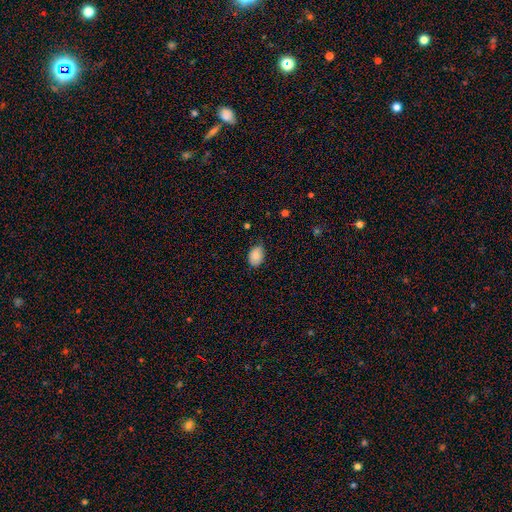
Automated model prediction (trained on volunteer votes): A smooth galaxy with no disk features (87%) that is in between round and cigar-shaped (83%).

Vote fractions:
- Smooth or featured? smooth: 87% / star or artifact: 7% / featured or disk: 5%
- How rounded? in between: 83% / round: 16% / cigar-shaped: 1%
- Merging? none: 76% / minor disturbance: 20% / major disturbance: 3% / merger: 1%